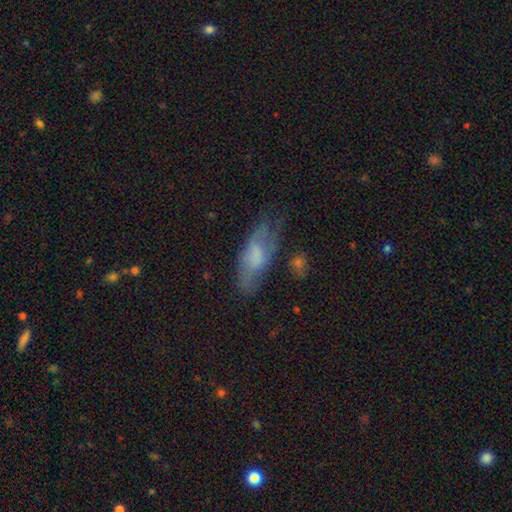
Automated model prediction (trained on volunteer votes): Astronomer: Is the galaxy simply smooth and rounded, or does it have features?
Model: smooth — 56% (runner-up: featured or disk, 35%).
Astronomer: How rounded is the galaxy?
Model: in between — 70%.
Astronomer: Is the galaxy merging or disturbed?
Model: none — 54%.